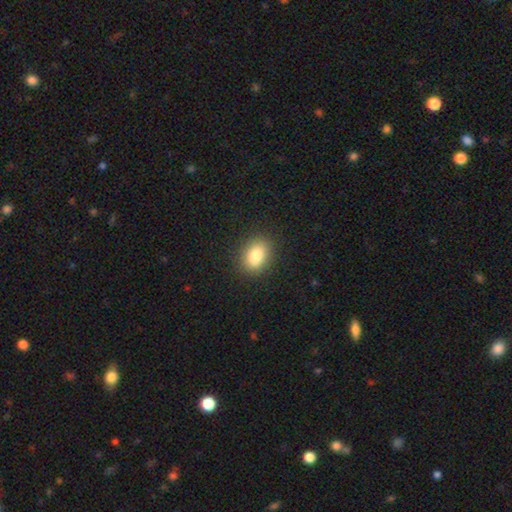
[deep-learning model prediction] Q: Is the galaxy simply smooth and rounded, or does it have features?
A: smooth — 83%.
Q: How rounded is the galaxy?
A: in between — 68%.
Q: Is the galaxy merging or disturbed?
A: none — 87%.